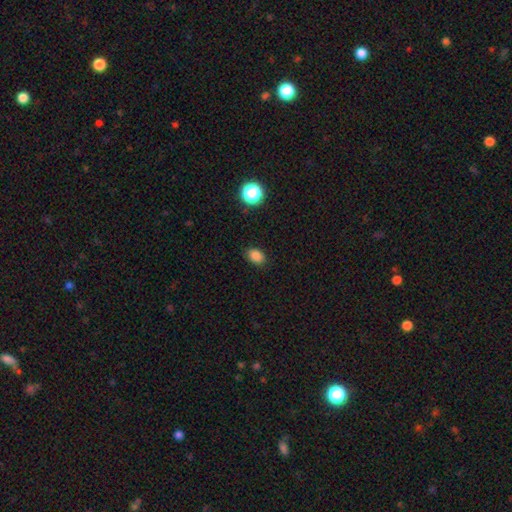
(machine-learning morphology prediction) Q: Smooth or featured?
A: smooth (84%); runner-up: star or artifact (12%)
Q: How rounded?
A: in between (74%); runner-up: round (25%)
Q: Merging?
A: none (87%); runner-up: minor disturbance (10%)